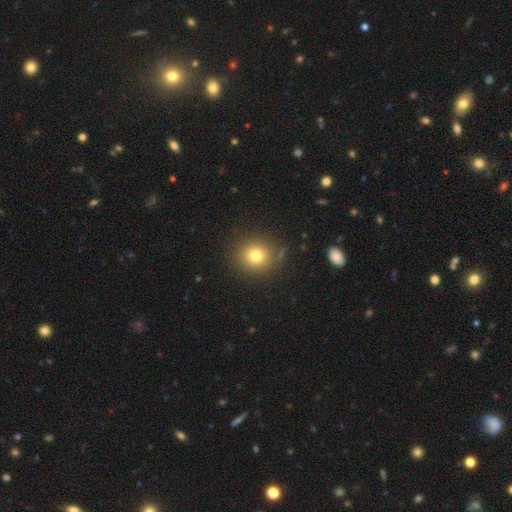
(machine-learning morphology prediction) A smooth galaxy with no disk features (77%) that is round (87%).

Vote fractions:
- Smooth or featured? smooth: 77% / star or artifact: 14% / featured or disk: 10%
- How rounded? round: 87% / in between: 12% / cigar-shaped: 1%
- Merging? none: 84% / minor disturbance: 10% / major disturbance: 4% / merger: 2%